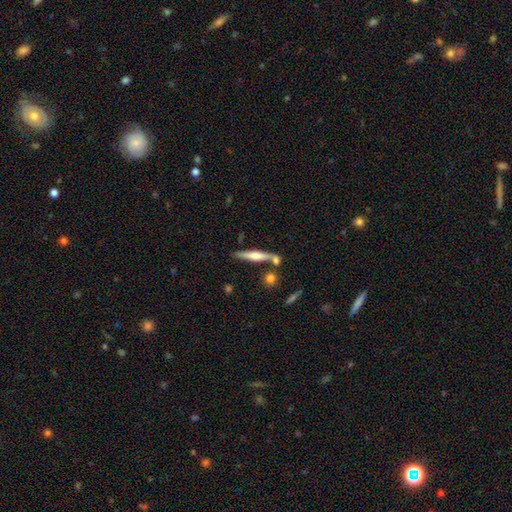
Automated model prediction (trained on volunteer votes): smooth_or_featured: featured or disk (p=0.54) [alt: smooth p=0.40]
disk_edge_on: yes (p=0.95) [alt: no p=0.05]
edge_on_bulge: rounded (p=0.76) [alt: boxy p=0.14]
merging: none (p=0.73) [alt: merger p=0.12]